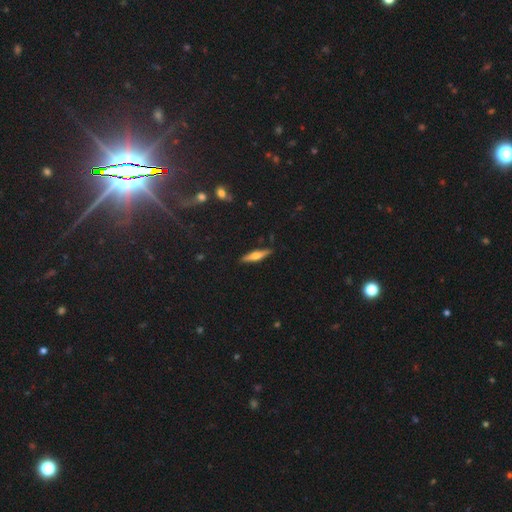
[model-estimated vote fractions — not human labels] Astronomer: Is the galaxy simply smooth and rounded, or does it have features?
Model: featured or disk — 53% (runner-up: smooth, 41%).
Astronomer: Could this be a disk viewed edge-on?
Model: yes — 95%.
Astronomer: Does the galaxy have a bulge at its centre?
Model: rounded — 88%.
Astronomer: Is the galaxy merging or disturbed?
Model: none — 89%.